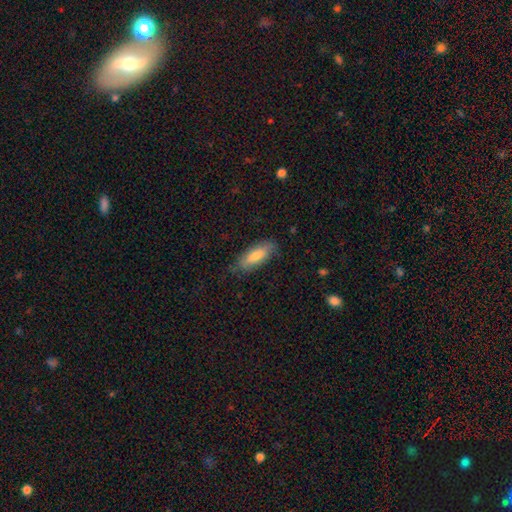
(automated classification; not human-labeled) The model was most divided on "how rounded": in between: 66%, cigar-shaped: 32%, round: 2%. More confident: merging — none (79%); smooth or featured — smooth (75%).